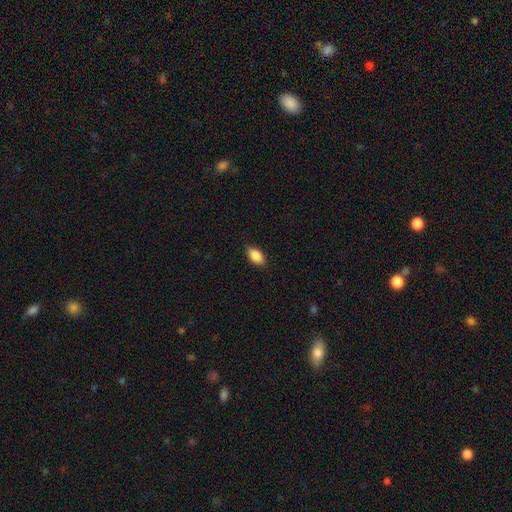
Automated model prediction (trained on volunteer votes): smooth 85%, star or artifact 7%, featured or disk 7%. Down the decision tree: how rounded — in between (90%); merging — none (84%).